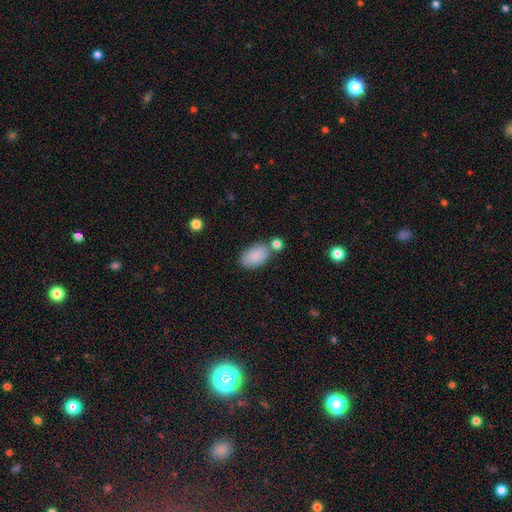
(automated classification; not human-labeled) Overall: smooth (88%). How rounded: in between (93%). Merging: none (67%).